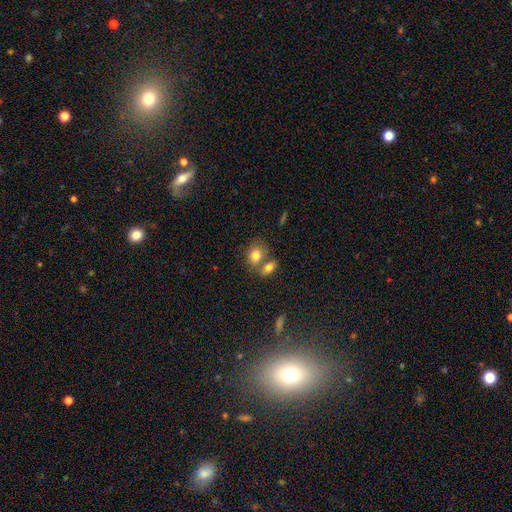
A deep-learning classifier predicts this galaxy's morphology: Overall: smooth (79%). How rounded: in between (61%; round 38%). Merging: merger (45%; none 41%).